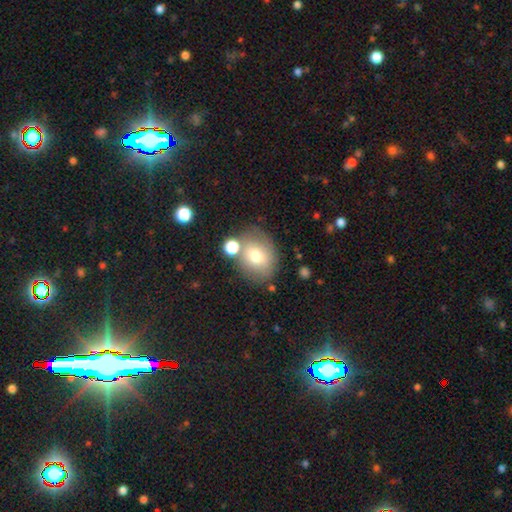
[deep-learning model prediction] A smooth galaxy with no disk features (70%) that is round (52%). Merging: none (65%).